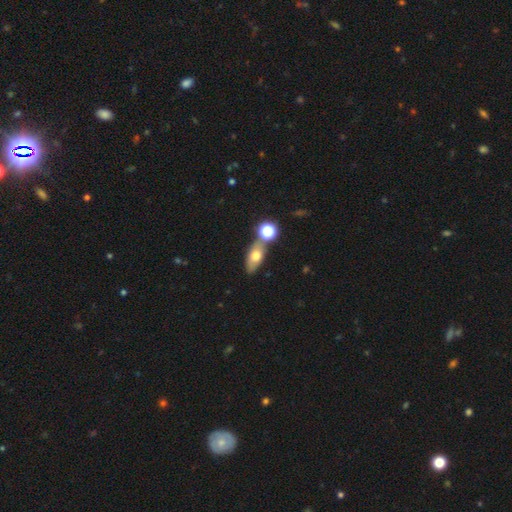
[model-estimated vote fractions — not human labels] A smooth galaxy with no disk features (64%) that is in between round and cigar-shaped (77%). Merging: none (62%).